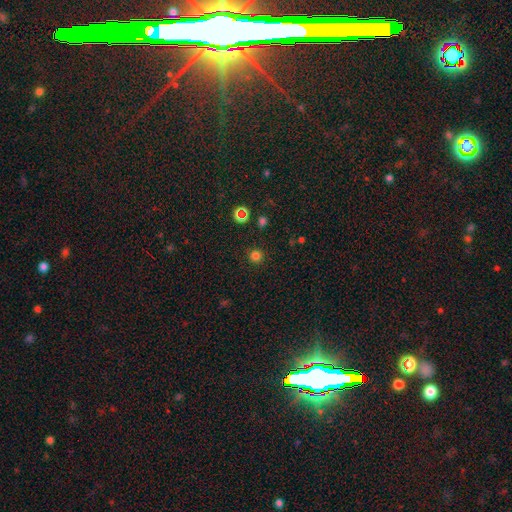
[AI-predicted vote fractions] This appears to be a smooth galaxy with no disk features (79%) that is round (96%). Merging: none (92%).